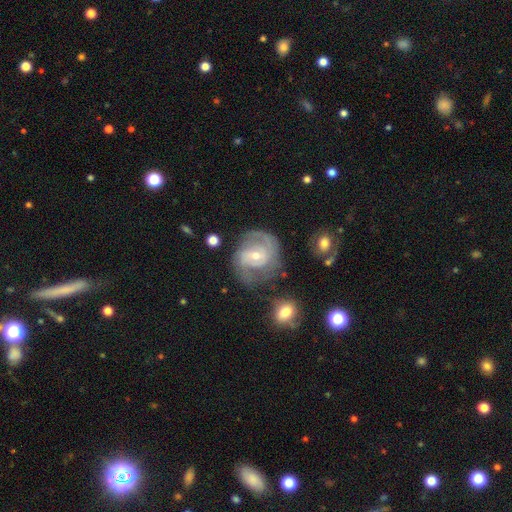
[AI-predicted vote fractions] Smooth or featured: featured or disk — 82% (smooth — 13%)
Edge-on disk: no — 98% (yes — 2%)
Bar: no — 45% (weak — 42%)
Spiral arms: yes — 93% (no — 7%)
Spiral winding: medium — 43% (tight — 42%)
Spiral arm count: 2 — 65% (can't tell — 16%)
Bulge size: small — 57% (moderate — 39%)
Merging: none — 64% (minor disturbance — 19%)